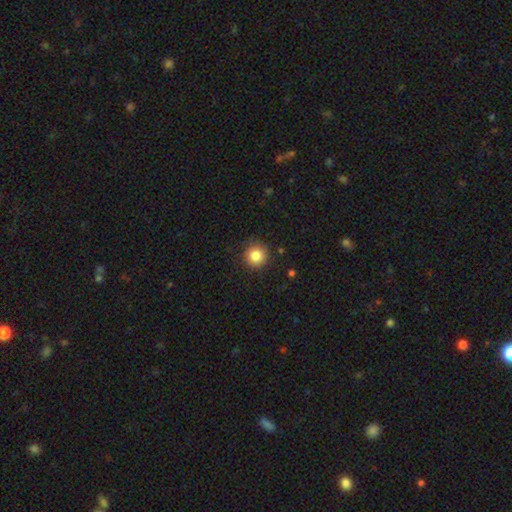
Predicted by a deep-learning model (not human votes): A smooth galaxy with no disk features (85%) that is round (94%).

Vote fractions:
- Smooth or featured? smooth: 85% / star or artifact: 10% / featured or disk: 5%
- How rounded? round: 94% / in between: 5% / cigar-shaped: 1%
- Merging? none: 87% / minor disturbance: 9% / major disturbance: 2% / merger: 1%